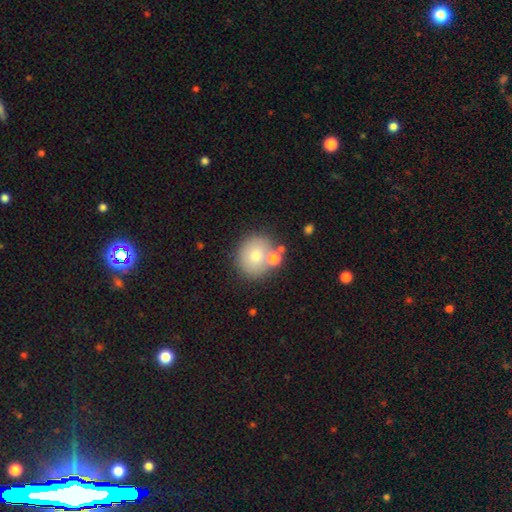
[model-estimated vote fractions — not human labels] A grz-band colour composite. It shows a smooth galaxy with no disk features (74%) that is round (81%). Merging: none (66%).